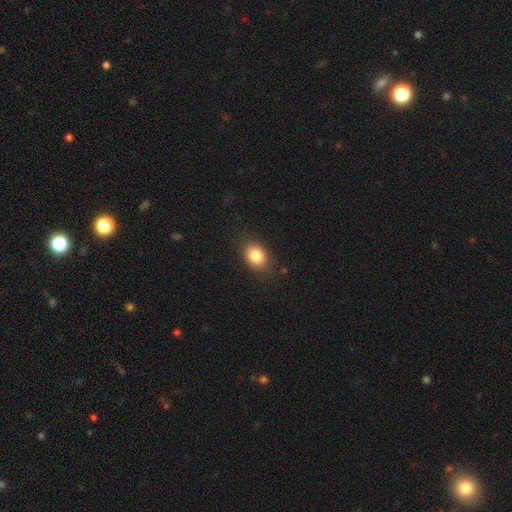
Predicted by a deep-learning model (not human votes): Smooth or featured? smooth (84%)
How rounded? in between (59%)
Merging? none (84%)